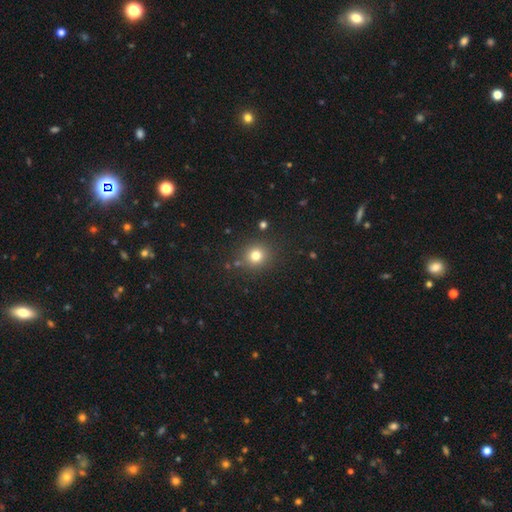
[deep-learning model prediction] This is likely a smooth galaxy (78%). How rounded: clearly round (90%). Merging: clearly none (86%).